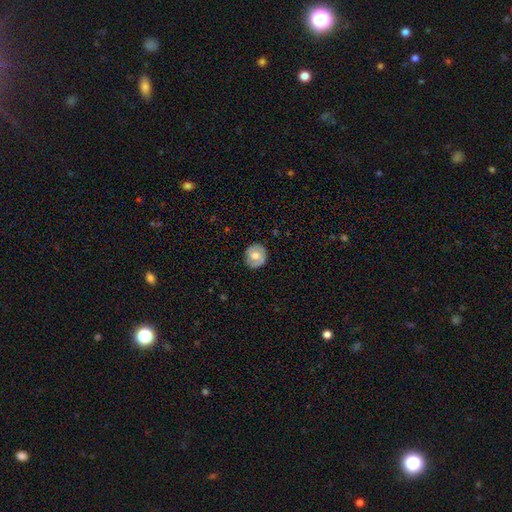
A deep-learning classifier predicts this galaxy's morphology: Smooth or featured? smooth (57%)
How rounded? round (87%)
Merging? none (84%)